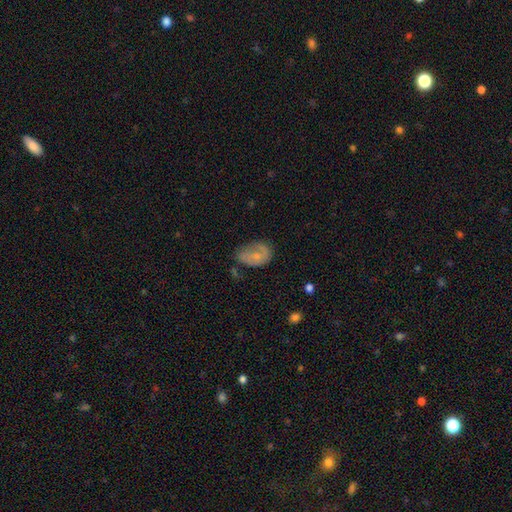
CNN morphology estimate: Smooth or featured? Predicted: smooth (p=0.47). Merging? Predicted: none (p=0.43).